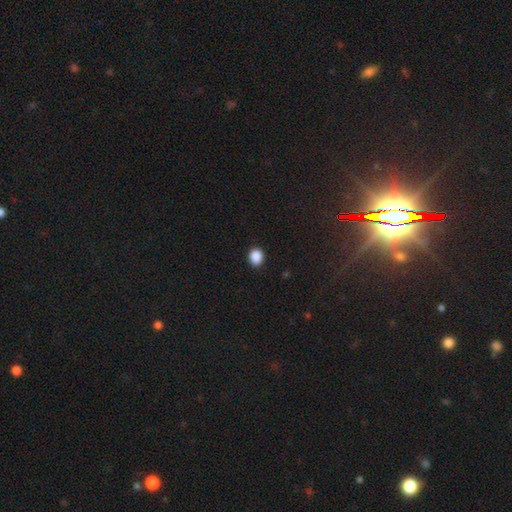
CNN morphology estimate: Smooth or featured?
  - smooth: 88% *
  - star or artifact: 9%
  - featured or disk: 3%
How rounded?
  - round: 61% *
  - in between: 38%
  - cigar-shaped: 1%
Merging?
  - none: 90% *
  - minor disturbance: 7%
  - major disturbance: 2%
  - merger: 1%